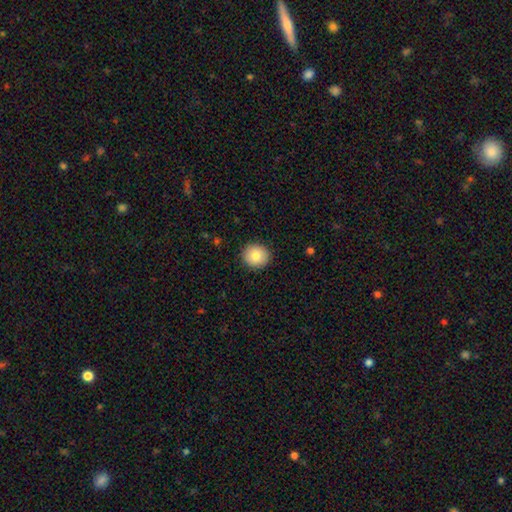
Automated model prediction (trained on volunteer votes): smooth 84%, featured or disk 8%, star or artifact 8%. Down the decision tree: how rounded — round (86%); merging — none (91%).